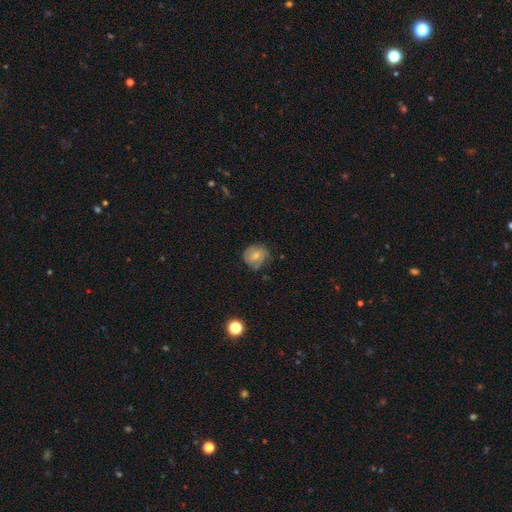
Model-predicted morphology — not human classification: Smooth or featured?
  - smooth: 53% *
  - featured or disk: 38%
  - star or artifact: 9%
How rounded?
  - round: 78% *
  - in between: 21%
  - cigar-shaped: 1%
Merging?
  - none: 67% *
  - minor disturbance: 25%
  - major disturbance: 6%
  - merger: 2%